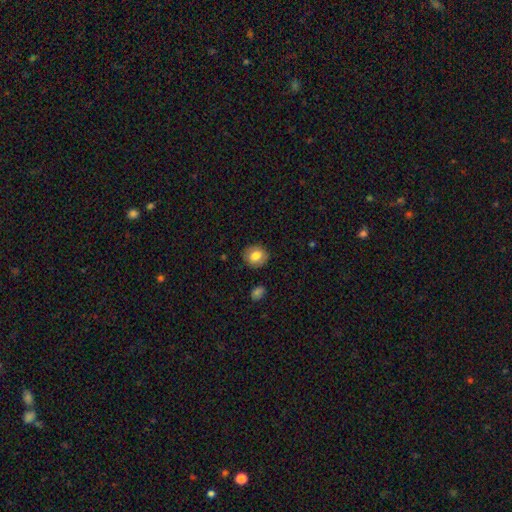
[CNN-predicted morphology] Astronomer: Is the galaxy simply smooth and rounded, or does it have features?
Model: smooth — 78%.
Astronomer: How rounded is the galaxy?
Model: round — 79%.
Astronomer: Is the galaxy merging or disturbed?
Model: none — 88%.